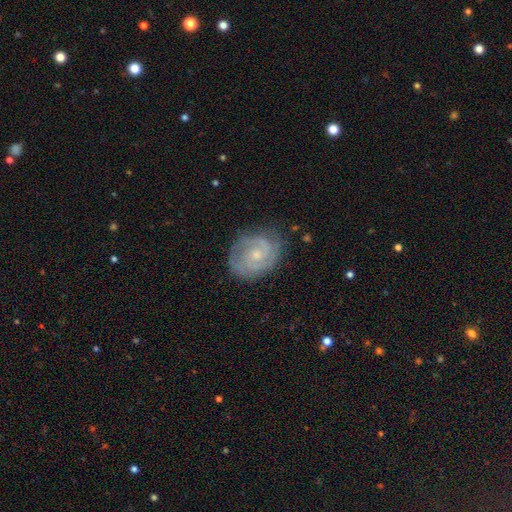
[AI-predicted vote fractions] This is clearly a featured or disk galaxy (86%). It is clearly not viewed edge-on (98%). Bar: likely no (64%). Spiral arm pattern: clearly yes (97%). Spiral arm count: likely 2 (68%). Spiral winding: likely tight (66%). Central bulge: likely small (64%). Merging: likely none (80%).